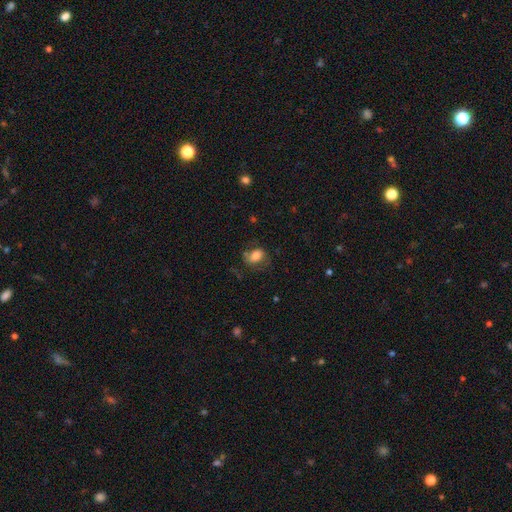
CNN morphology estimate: Smooth or featured? smooth (68%)
How rounded? in between (70%)
Merging? none (53%)